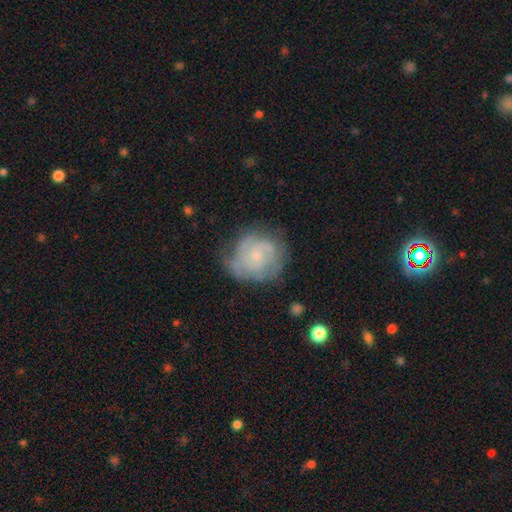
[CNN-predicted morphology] A featured or disk galaxy (71%) with no bar (71%), 2 (33%) tight (55%) spiral arms (88%) and a small central bulge (71%). Merging: none (63%).